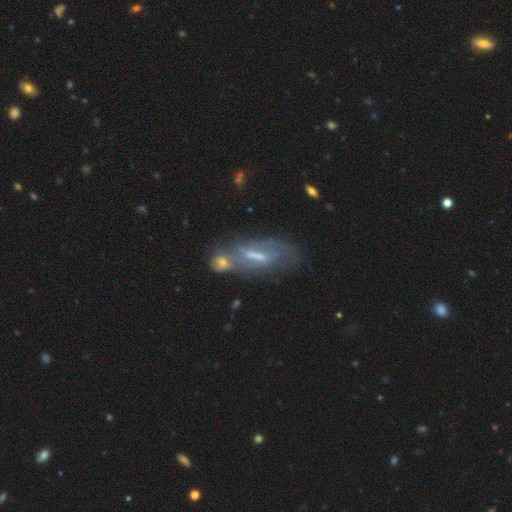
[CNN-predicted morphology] Smooth or featured? featured or disk (64%)
Edge-on disk? no (77%)
Merging? none (43%)